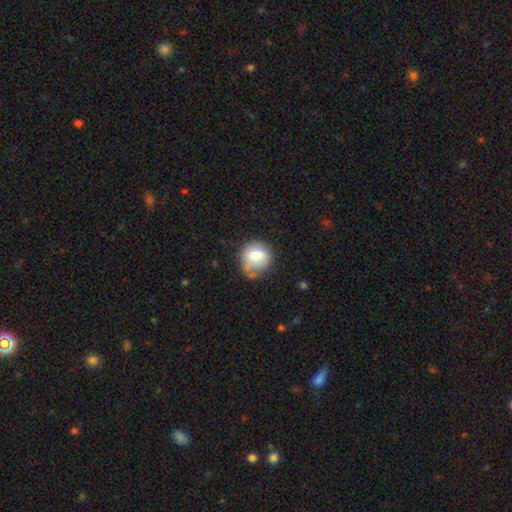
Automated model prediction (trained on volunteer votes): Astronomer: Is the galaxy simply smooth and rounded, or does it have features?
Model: smooth — 71%.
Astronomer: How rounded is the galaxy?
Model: round — 73%.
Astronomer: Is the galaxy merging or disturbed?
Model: none — 52% (runner-up: minor disturbance, 29%).